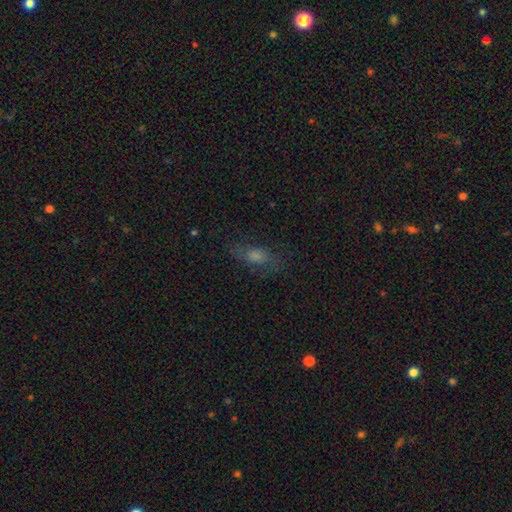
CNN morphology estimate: Q: Smooth or featured?
A: smooth (49%); runner-up: featured or disk (28%)
Q: Merging?
A: none (67%); runner-up: minor disturbance (19%)